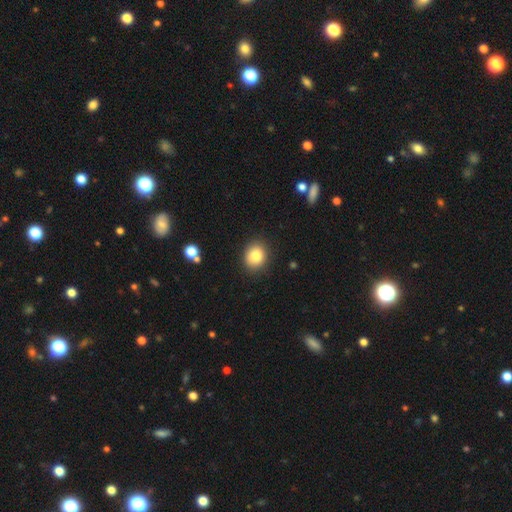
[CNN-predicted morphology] The model was most divided on "how rounded": round: 67%, in between: 32%, cigar-shaped: 1%. More confident: merging — none (88%); smooth or featured — smooth (82%).